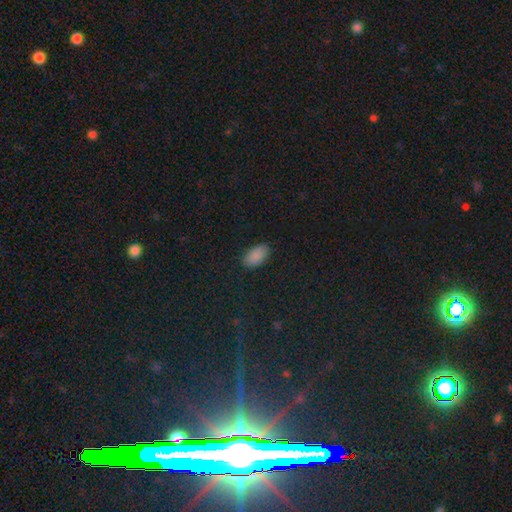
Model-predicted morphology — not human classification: smooth-or-featured: smooth: 88% | star or artifact: 9% | featured or disk: 3%
  how-rounded: in between: 94% | round: 4% | cigar-shaped: 2%
  merging: none: 86% | minor disturbance: 10% | major disturbance: 2% | merger: 1%